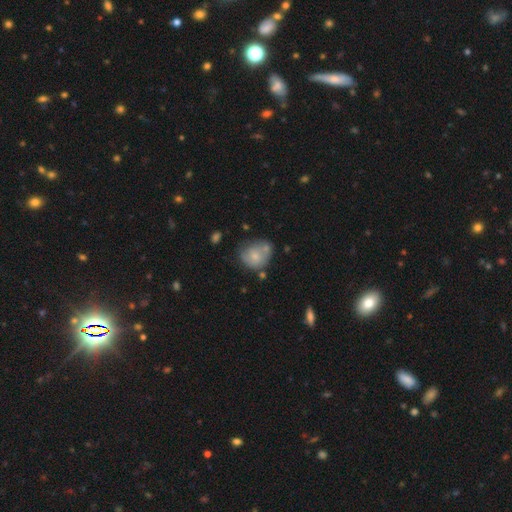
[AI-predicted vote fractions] smooth 62%, featured or disk 30%, star or artifact 8%. Down the decision tree: how rounded — round (65%); merging — none (44%).